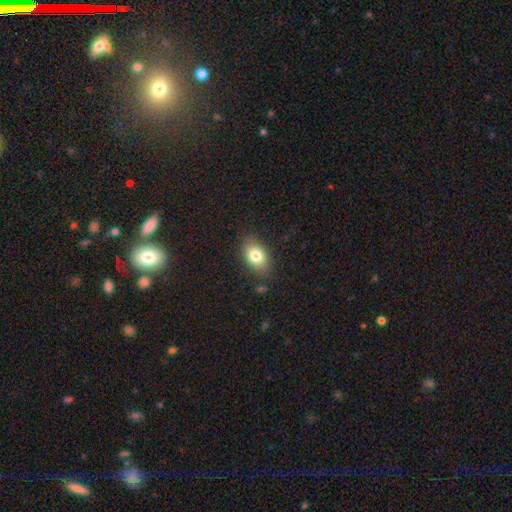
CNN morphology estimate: A smooth galaxy with no disk features (80%) that is in between round and cigar-shaped (86%).

Vote fractions:
- Smooth or featured? smooth: 80% / featured or disk: 11% / star or artifact: 9%
- How rounded? in between: 86% / round: 12% / cigar-shaped: 2%
- Merging? none: 83% / minor disturbance: 12% / major disturbance: 3% / merger: 2%